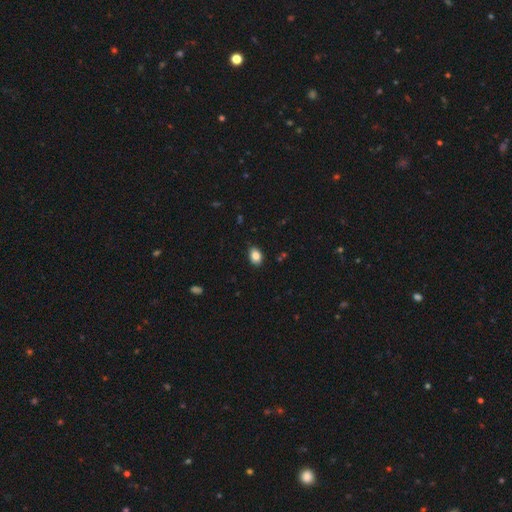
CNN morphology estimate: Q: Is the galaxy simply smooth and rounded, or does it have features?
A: smooth — 85%.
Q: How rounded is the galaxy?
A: in between — 80%.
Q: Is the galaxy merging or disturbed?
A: none — 85%.